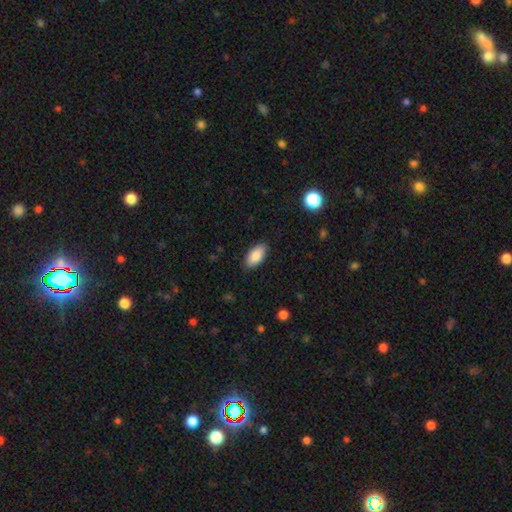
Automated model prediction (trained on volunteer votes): smooth_or_featured: smooth (p=0.87) [alt: star or artifact p=0.06]
how_rounded: in between (p=0.93) [alt: cigar-shaped p=0.05]
merging: none (p=0.87) [alt: minor disturbance p=0.10]